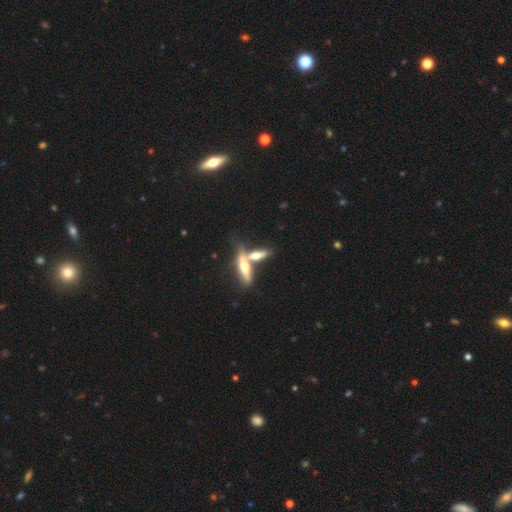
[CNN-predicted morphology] A featured or disk galaxy (51%) viewed edge-on (81%). Merging: merger (55%).